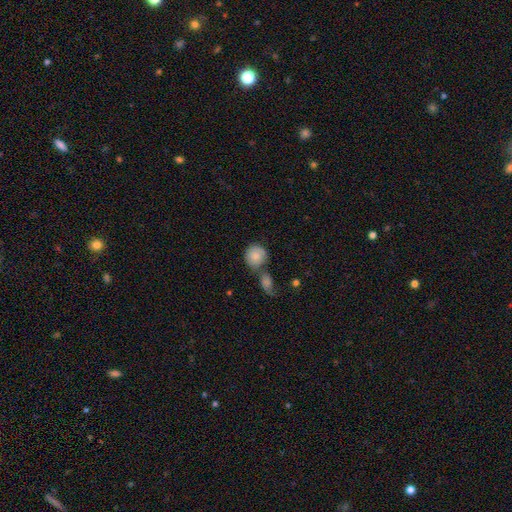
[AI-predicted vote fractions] This appears to be a smooth galaxy with no disk features (73%) that is round (81%). Merging: merger (43%).